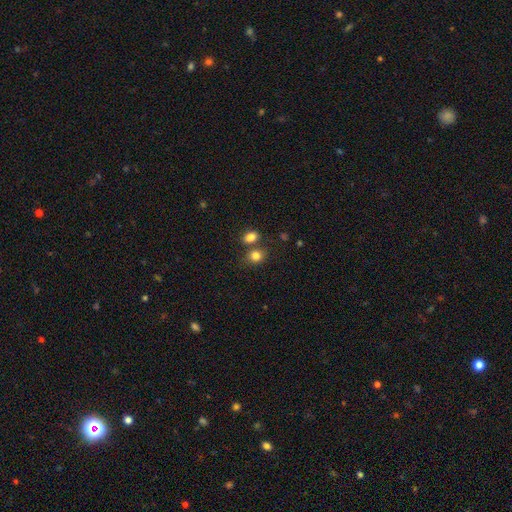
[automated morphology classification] Smooth or featured: smooth — 83% (star or artifact — 11%)
How rounded: round — 58% (in between — 41%)
Merging: none — 60% (merger — 25%)